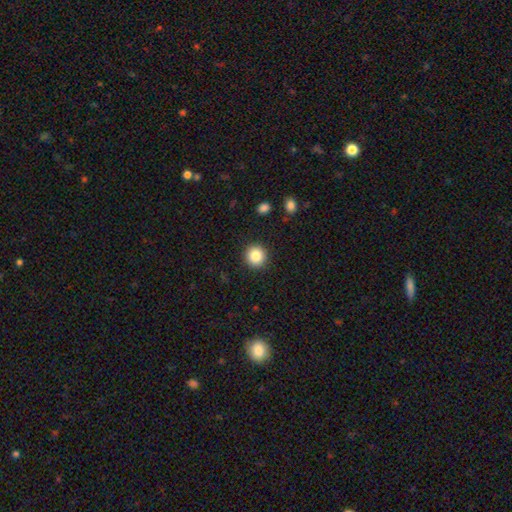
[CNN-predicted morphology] Smooth or featured? smooth (85%)
How rounded? round (93%)
Merging? none (92%)